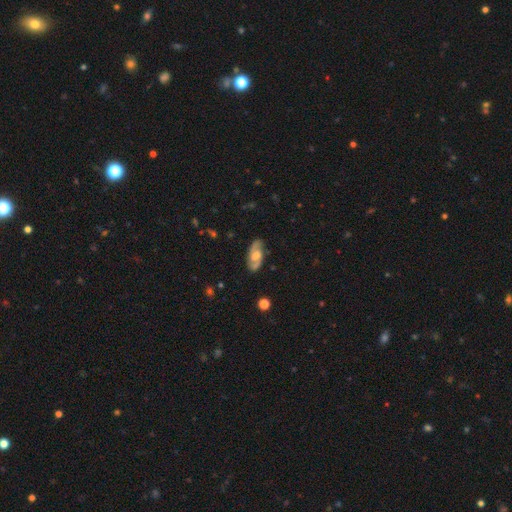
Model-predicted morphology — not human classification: The model was most divided on "bar": weak: 45%, no: 44%, strong: 11%. Remaining: edge-on disk — no (93%); spiral arms — yes (92%); spiral arm count — 2 (89%); merging — none (81%); smooth or featured — featured or disk (75%); spiral winding — medium (51%); bulge size — moderate (43%).